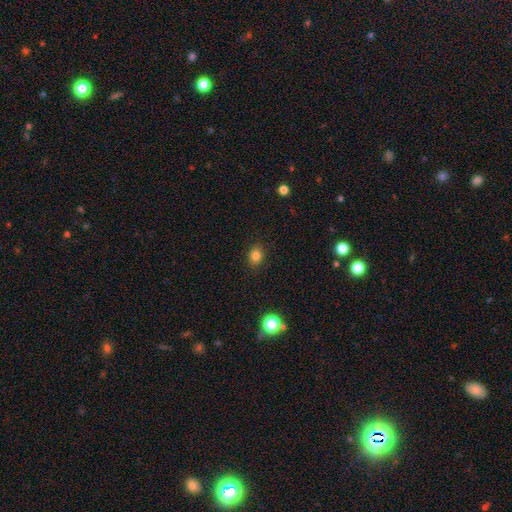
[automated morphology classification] This is clearly a smooth galaxy (82%). How rounded: possibly in between (59%). Merging: clearly none (88%).